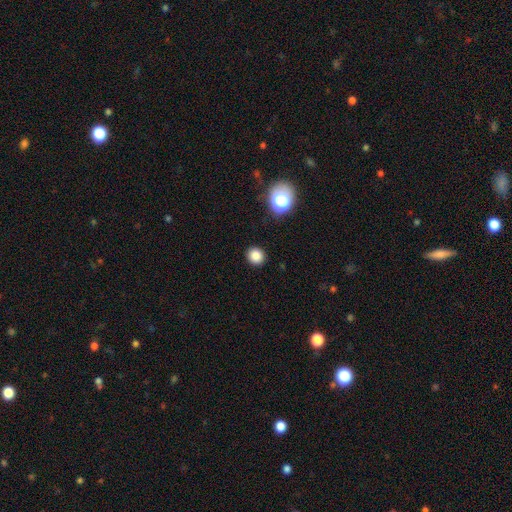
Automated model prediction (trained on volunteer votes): A smooth galaxy with no disk features (83%) that is round (89%). Merging: none (91%).